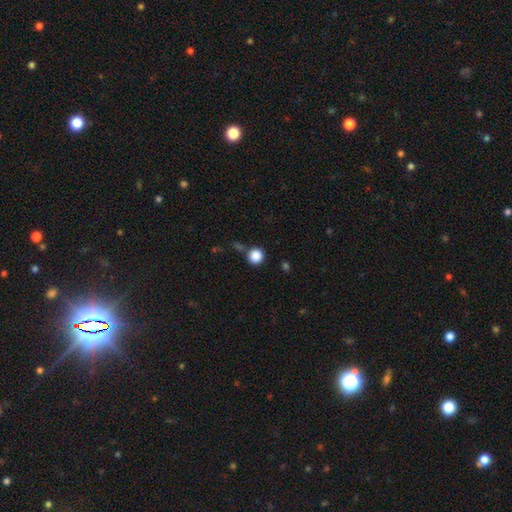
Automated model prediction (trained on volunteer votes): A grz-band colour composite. It shows a smooth galaxy with no disk features (87%) that is round (93%). Merging: none (79%).